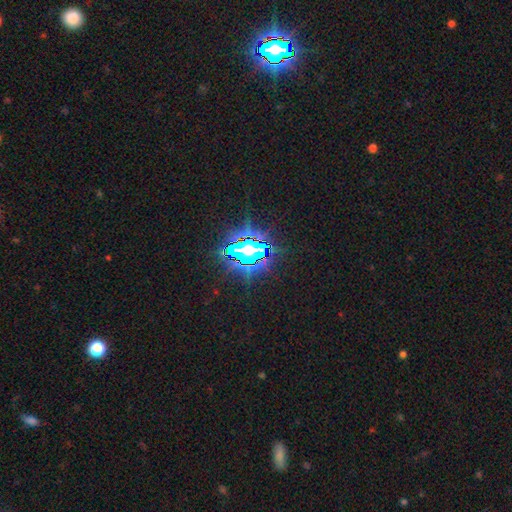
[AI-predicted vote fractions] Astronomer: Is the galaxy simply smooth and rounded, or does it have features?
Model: star or artifact — 81%.